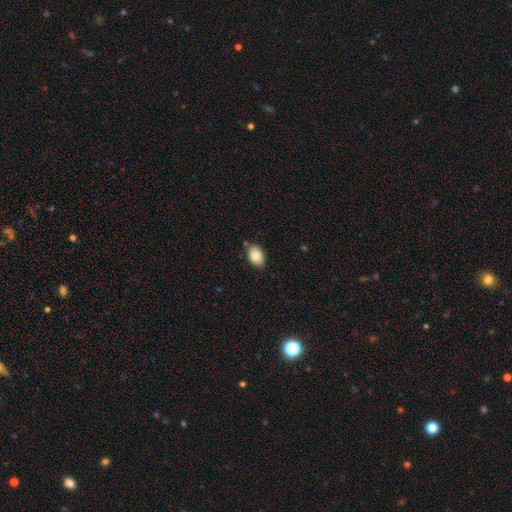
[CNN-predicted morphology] This appears to be a smooth galaxy with no disk features (85%) that is in between round and cigar-shaped (87%). Merging: none (79%).